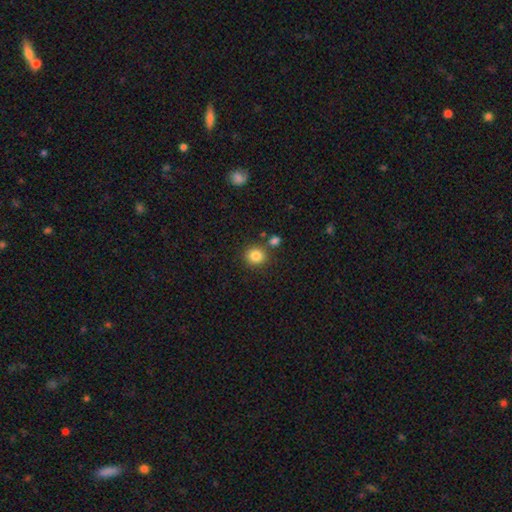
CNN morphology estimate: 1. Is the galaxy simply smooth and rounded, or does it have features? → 84% smooth, 11% star or artifact, 5% featured or disk.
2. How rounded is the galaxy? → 86% round, 13% in between, 1% cigar-shaped.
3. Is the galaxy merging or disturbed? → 80% none, 9% merger, 9% minor disturbance, 3% major disturbance.